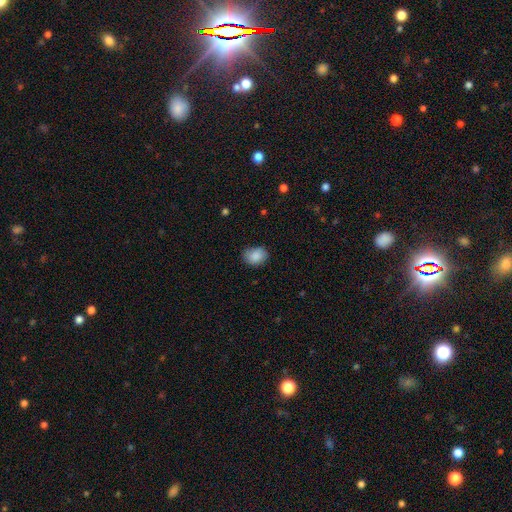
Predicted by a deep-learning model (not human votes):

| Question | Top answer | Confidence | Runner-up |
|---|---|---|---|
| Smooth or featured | smooth | 86% | star or artifact (7%) |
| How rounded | in between | 61% | round (38%) |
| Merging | none | 69% | minor disturbance (24%) |